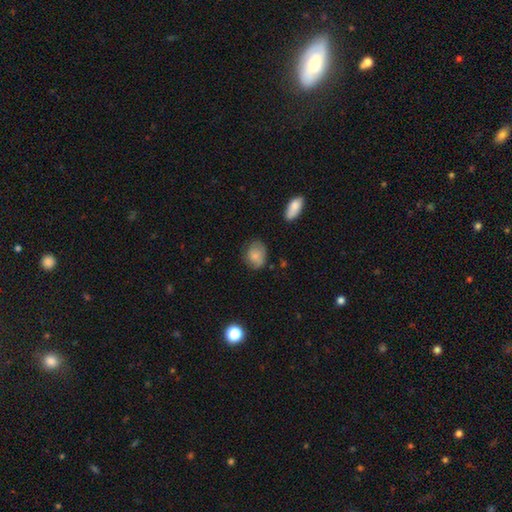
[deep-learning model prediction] This appears to be a smooth galaxy with no disk features (78%) that is in between round and cigar-shaped (55%). Merging: none (64%).